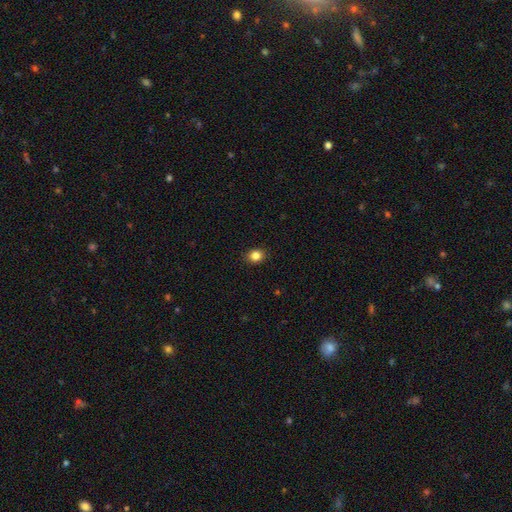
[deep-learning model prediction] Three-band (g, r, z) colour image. It shows a smooth galaxy with no disk features (85%) that is round (63%). Merging: none (90%).